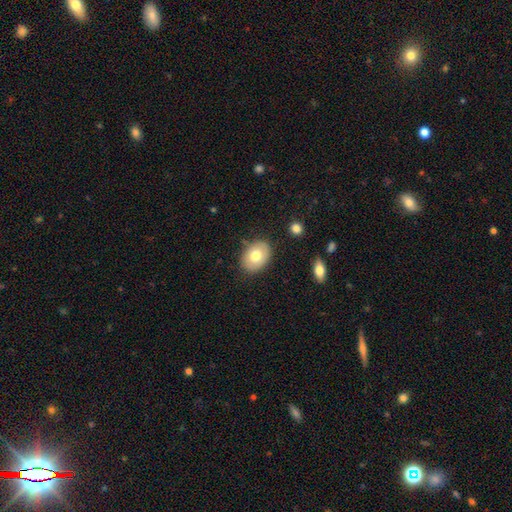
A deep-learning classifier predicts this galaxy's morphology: This appears to be a smooth galaxy with no disk features (72%) that is in between round and cigar-shaped (75%). Merging: none (82%).